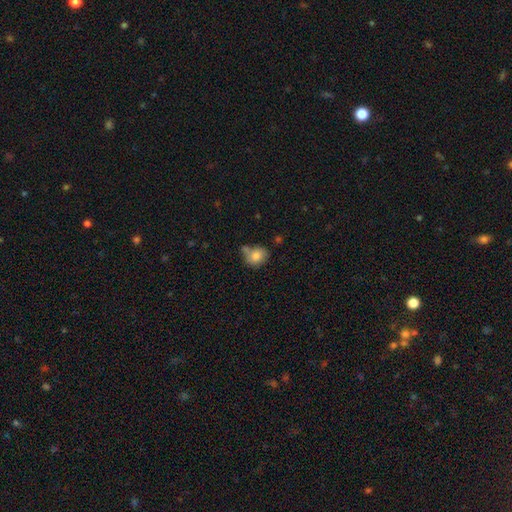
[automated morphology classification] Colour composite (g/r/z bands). It shows a smooth galaxy with no disk features (81%) that is round (59%). Merging: none (52%).